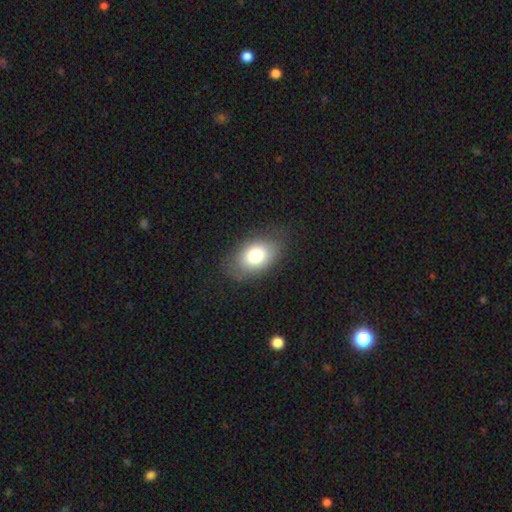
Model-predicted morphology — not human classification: smooth 78%, featured or disk 13%, star or artifact 9%. Down the decision tree: how rounded — in between (86%); merging — none (79%).